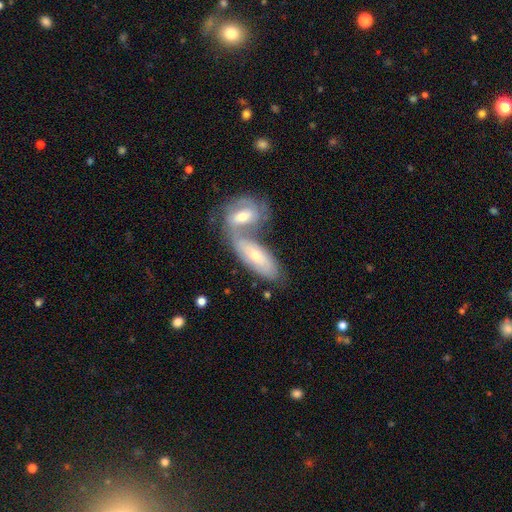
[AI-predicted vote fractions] This appears to be a featured or disk galaxy (50%). Merging: merger (66%).